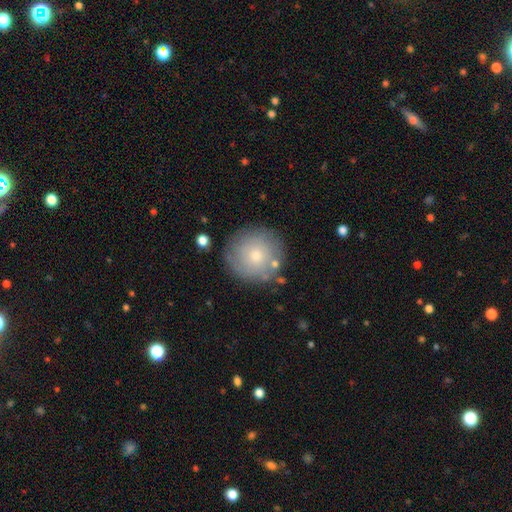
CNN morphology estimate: This is likely a smooth galaxy (69%). How rounded: clearly round (95%). Merging: clearly none (81%).